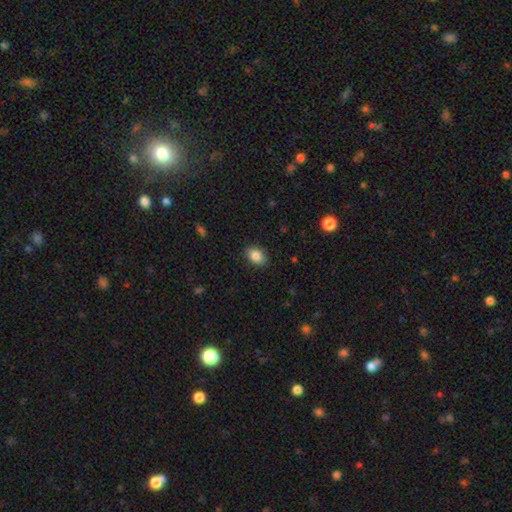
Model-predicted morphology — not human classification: Smooth or featured: smooth — 86% (star or artifact — 8%)
How rounded: in between — 84% (round — 15%)
Merging: none — 88% (minor disturbance — 9%)